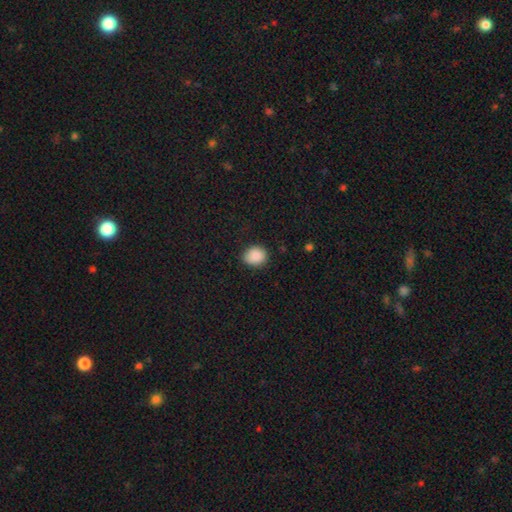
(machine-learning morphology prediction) This is clearly a smooth galaxy (86%). How rounded: likely round (70%). Merging: clearly none (83%).